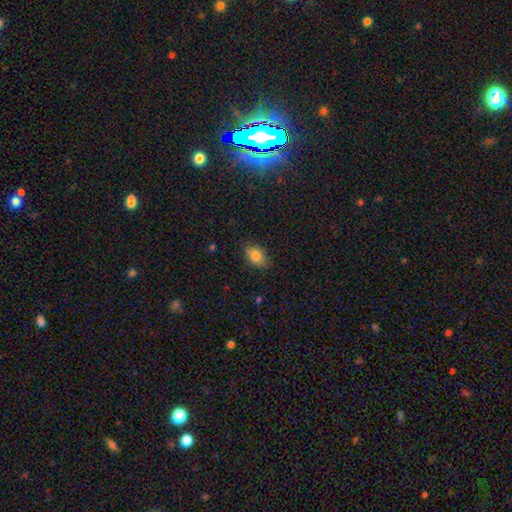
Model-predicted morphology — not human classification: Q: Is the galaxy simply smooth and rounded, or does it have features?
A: smooth — 81%.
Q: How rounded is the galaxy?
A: in between — 85%.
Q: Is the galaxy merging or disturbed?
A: none — 82%.